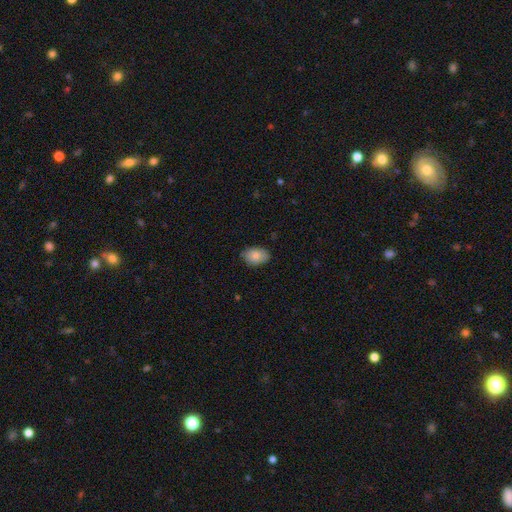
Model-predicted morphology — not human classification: smooth-or-featured: smooth: 85% | featured or disk: 8% | star or artifact: 7%
  how-rounded: in between: 84% | round: 15% | cigar-shaped: 1%
  merging: none: 82% | minor disturbance: 14% | major disturbance: 3% | merger: 1%